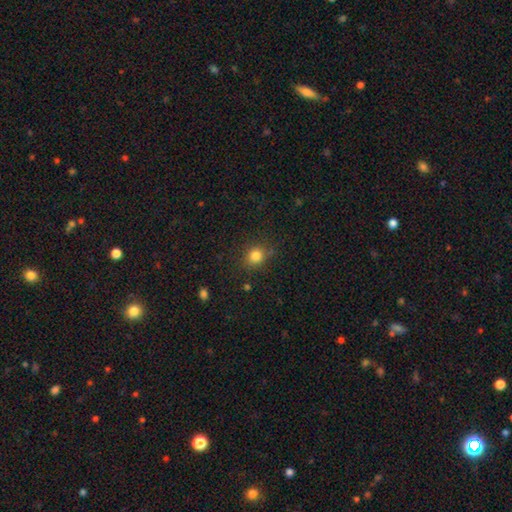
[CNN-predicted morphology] Smooth or featured?
  - smooth: 83% *
  - star or artifact: 12%
  - featured or disk: 5%
How rounded?
  - round: 79% *
  - in between: 20%
  - cigar-shaped: 1%
Merging?
  - none: 80% *
  - minor disturbance: 14%
  - major disturbance: 4%
  - merger: 2%